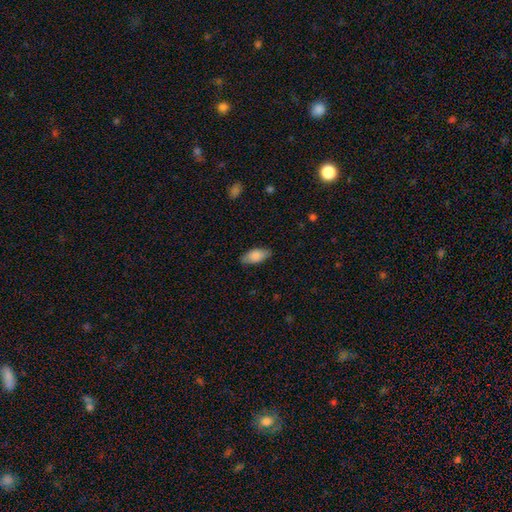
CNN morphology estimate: smooth-or-featured: smooth: 82% | featured or disk: 11% | star or artifact: 6%
  how-rounded: in between: 89% | cigar-shaped: 8% | round: 2%
  merging: none: 84% | minor disturbance: 12% | major disturbance: 2% | merger: 1%